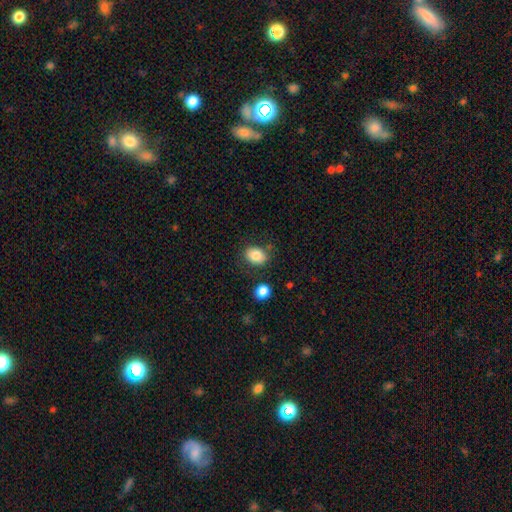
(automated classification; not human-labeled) smooth-or-featured: smooth: 84% | star or artifact: 8% | featured or disk: 8%
  how-rounded: in between: 65% | round: 34% | cigar-shaped: 1%
  merging: none: 79% | minor disturbance: 13% | merger: 5% | major disturbance: 4%